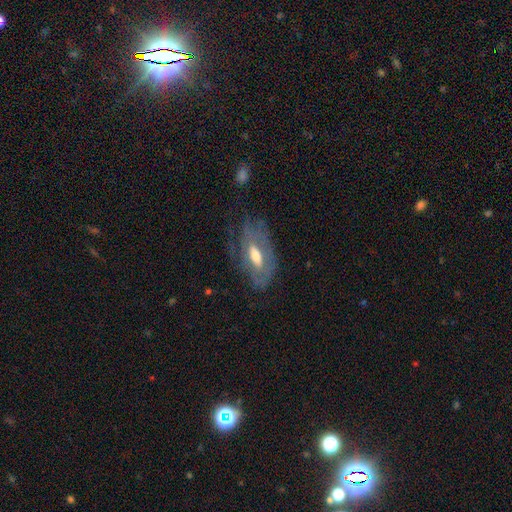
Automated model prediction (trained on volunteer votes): smooth-or-featured: featured or disk: 65% | smooth: 28% | star or artifact: 7%
  disk-edge-on: no: 83% | yes: 17%
    bar: no: 45% | weak: 38% | strong: 17%
    has-spiral-arms: yes: 54% | no: 46%
    bulge-size: moderate: 64% | large: 21% | small: 12% | none: 2% | dominant: 1%
  merging: none: 59% | minor disturbance: 24% | major disturbance: 16% | merger: 2%